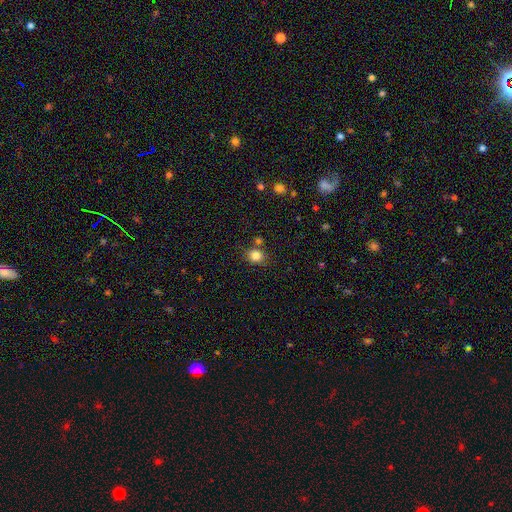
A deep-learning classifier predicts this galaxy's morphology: Q: Smooth or featured?
A: smooth (83%); runner-up: star or artifact (12%)
Q: How rounded?
A: round (78%); runner-up: in between (21%)
Q: Merging?
A: none (74%); runner-up: minor disturbance (12%)